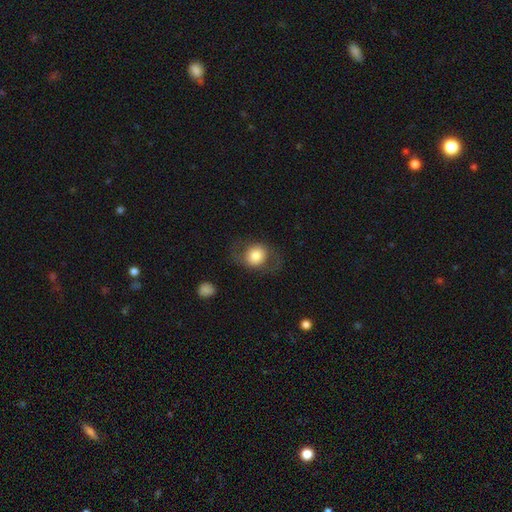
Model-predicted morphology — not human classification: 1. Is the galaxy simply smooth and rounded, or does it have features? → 67% smooth, 26% featured or disk, 7% star or artifact.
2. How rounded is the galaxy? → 70% round, 29% in between, 1% cigar-shaped.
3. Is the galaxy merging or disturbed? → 70% none, 15% minor disturbance, 13% major disturbance, 2% merger.